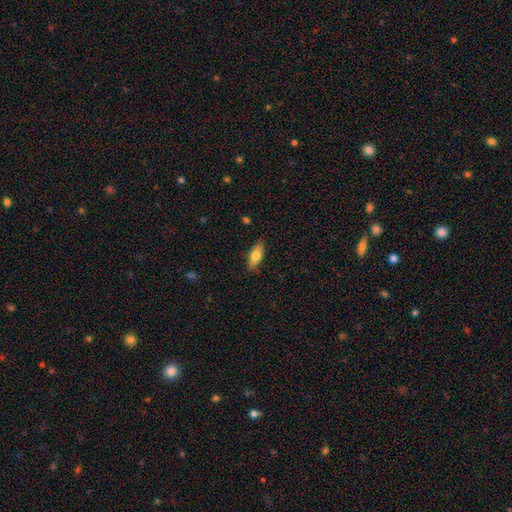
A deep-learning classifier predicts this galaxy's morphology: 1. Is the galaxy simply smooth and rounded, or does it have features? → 73% smooth, 21% featured or disk, 6% star or artifact.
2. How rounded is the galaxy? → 76% in between, 21% cigar-shaped, 3% round.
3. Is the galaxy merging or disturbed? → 85% none, 12% minor disturbance, 2% major disturbance, 1% merger.